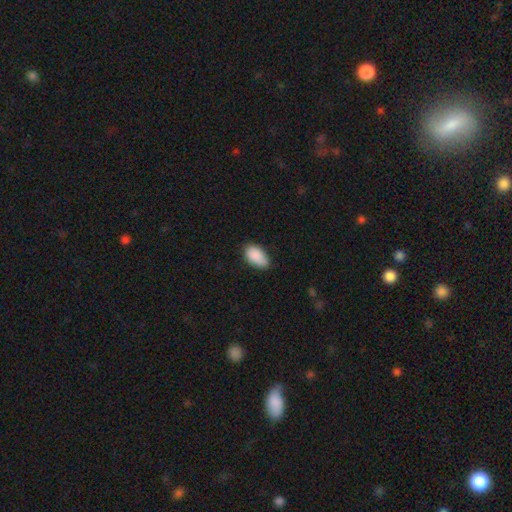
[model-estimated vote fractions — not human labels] smooth_or_featured: smooth (p=0.89) [alt: star or artifact p=0.07]
how_rounded: in between (p=0.94) [alt: round p=0.04]
merging: none (p=0.72) [alt: minor disturbance p=0.23]